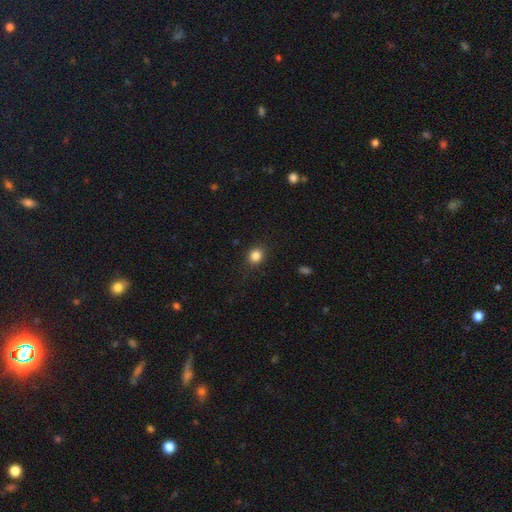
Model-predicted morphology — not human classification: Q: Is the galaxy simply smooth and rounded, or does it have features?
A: smooth — 84%.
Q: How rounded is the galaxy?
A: round — 73%.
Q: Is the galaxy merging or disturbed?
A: none — 87%.